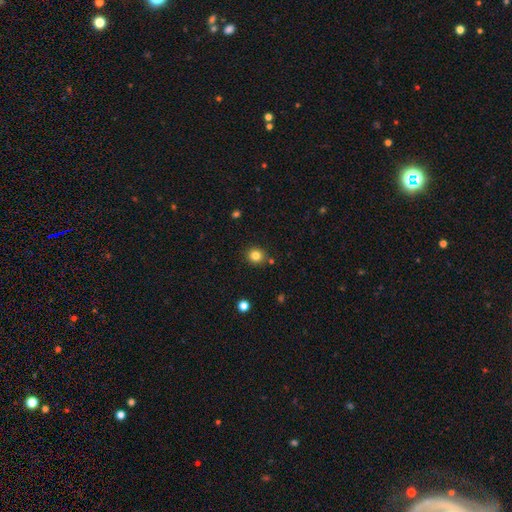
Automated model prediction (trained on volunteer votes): smooth-or-featured: smooth: 82% | star or artifact: 12% | featured or disk: 6%
  how-rounded: round: 86% | in between: 13% | cigar-shaped: 1%
  merging: none: 86% | minor disturbance: 8% | merger: 4% | major disturbance: 2%